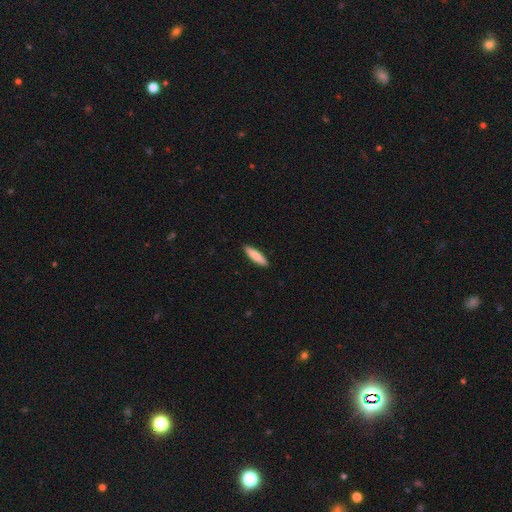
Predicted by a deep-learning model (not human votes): Smooth or featured? smooth (82%)
How rounded? cigar-shaped (77%)
Merging? none (91%)